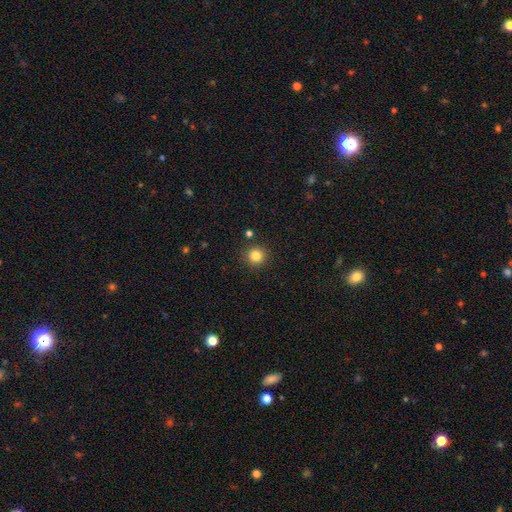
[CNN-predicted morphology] Q: Smooth or featured?
A: smooth (83%); runner-up: star or artifact (12%)
Q: How rounded?
A: round (94%); runner-up: in between (5%)
Q: Merging?
A: none (89%); runner-up: minor disturbance (6%)